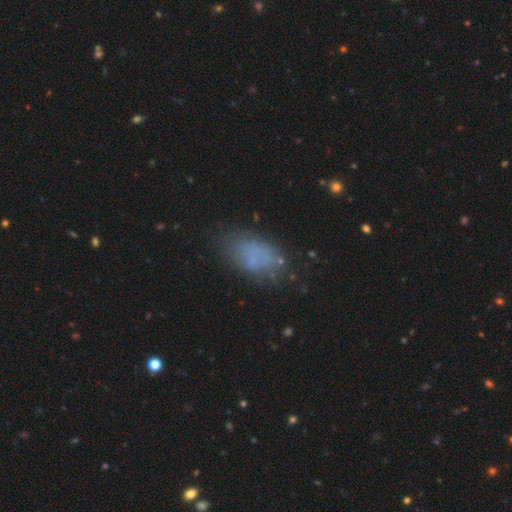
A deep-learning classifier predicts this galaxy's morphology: A smooth galaxy with no disk features (64%) that is in between round and cigar-shaped (90%).

Vote fractions:
- Smooth or featured? smooth: 64% / featured or disk: 22% / star or artifact: 13%
- How rounded? in between: 90% / round: 6% / cigar-shaped: 3%
- Merging? none: 61% / minor disturbance: 23% / major disturbance: 12% / merger: 4%